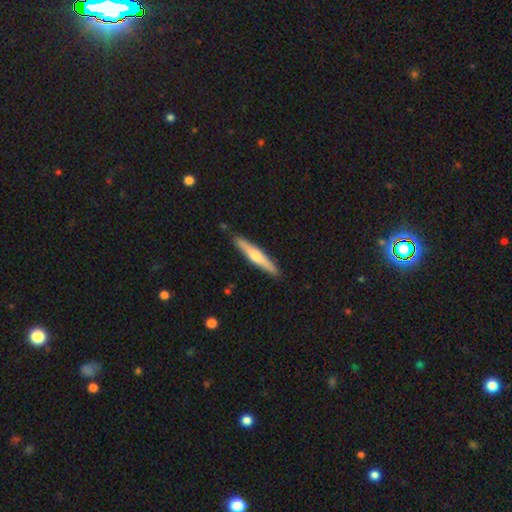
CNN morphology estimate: Smooth or featured: smooth — 49% (featured or disk — 46%)
Merging: none — 88% (minor disturbance — 9%)